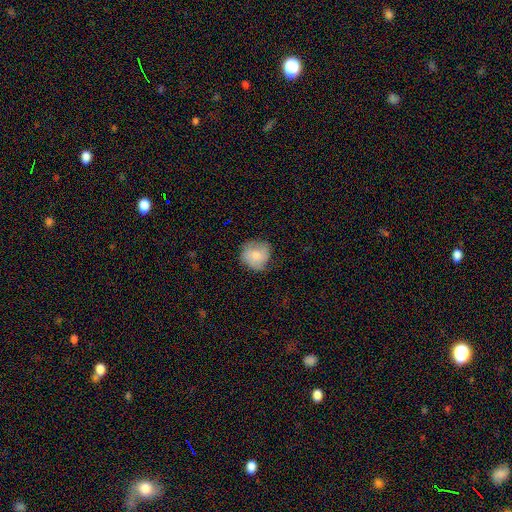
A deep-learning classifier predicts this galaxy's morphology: Q: Smooth or featured?
A: smooth (74%); runner-up: featured or disk (18%)
Q: How rounded?
A: round (88%); runner-up: in between (11%)
Q: Merging?
A: none (67%); runner-up: minor disturbance (25%)